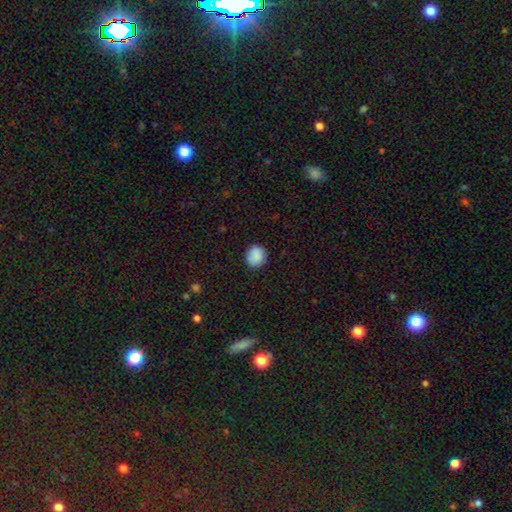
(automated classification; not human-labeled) The model was most divided on "how rounded": round: 82%, in between: 17%, cigar-shaped: 1%. More confident: merging — none (87%); smooth or featured — smooth (86%).